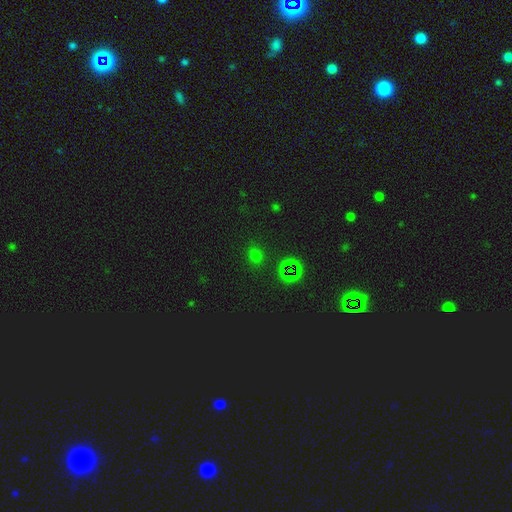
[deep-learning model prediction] Smooth or featured? Predicted: smooth (p=0.59). How rounded? Predicted: round (p=0.75). Merging? Predicted: none (p=0.85).